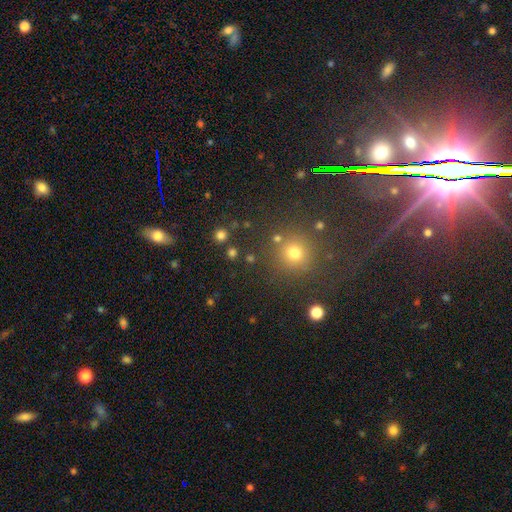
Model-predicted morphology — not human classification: Smooth or featured? star or artifact (47%)